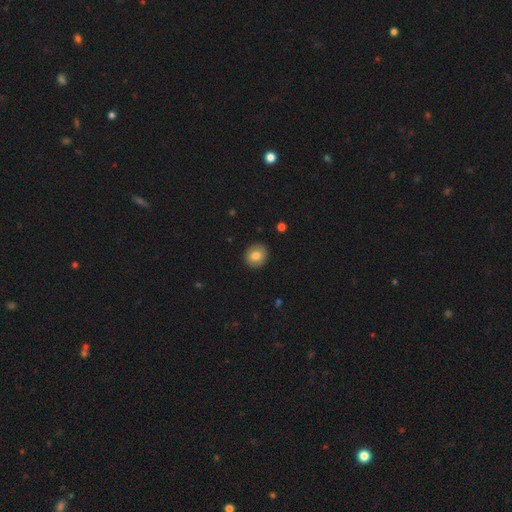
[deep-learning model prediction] smooth_or_featured: smooth (p=0.79) [alt: featured or disk p=0.12]
how_rounded: round (p=0.82) [alt: in between p=0.17]
merging: none (p=0.91) [alt: minor disturbance p=0.06]